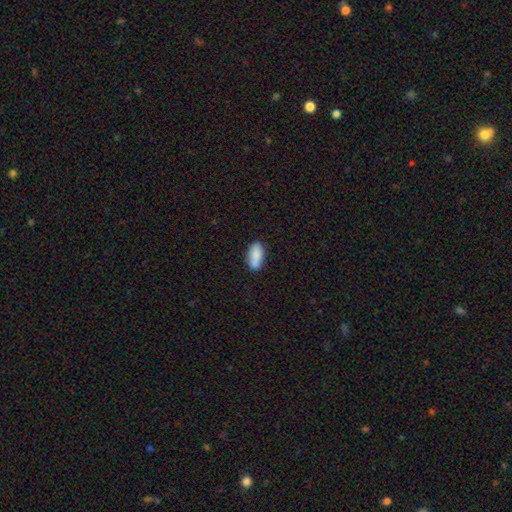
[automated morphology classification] The model was most divided on "merging": none: 71%, minor disturbance: 17%, merger: 8%, major disturbance: 3%. More confident: how rounded — in between (85%); smooth or featured — smooth (83%).